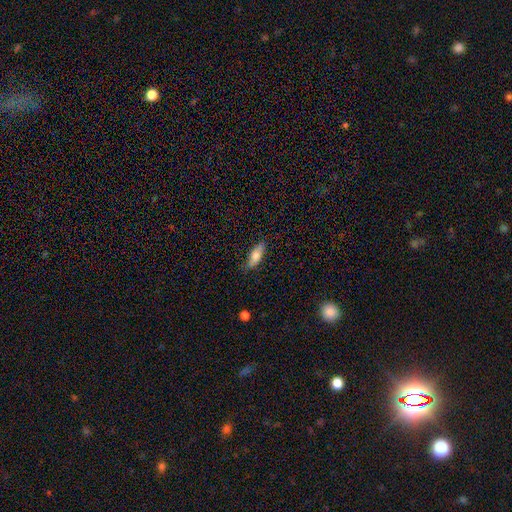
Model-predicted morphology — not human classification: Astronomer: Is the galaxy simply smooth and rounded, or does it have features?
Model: smooth — 71%.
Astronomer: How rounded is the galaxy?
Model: in between — 68%.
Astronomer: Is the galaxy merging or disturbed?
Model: none — 81%.